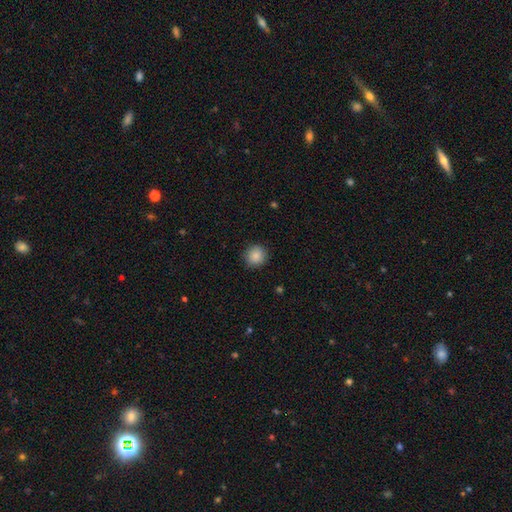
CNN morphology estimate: This is clearly a smooth galaxy (88%). How rounded: clearly round (93%). Merging: clearly none (91%).